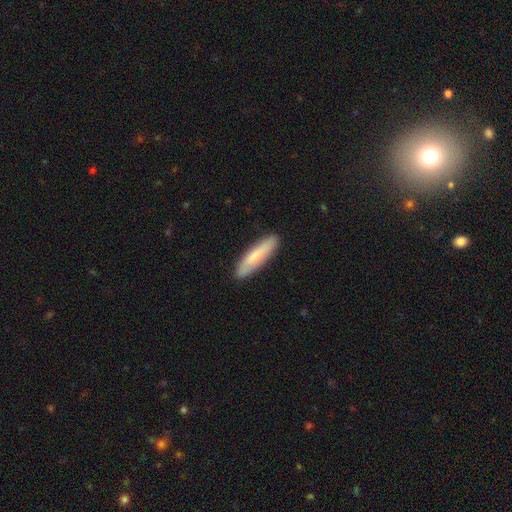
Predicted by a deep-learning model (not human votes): Smooth or featured?
  - smooth: 75% *
  - featured or disk: 19%
  - star or artifact: 5%
How rounded?
  - cigar-shaped: 77% *
  - in between: 22%
  - round: 1%
Merging?
  - none: 88% *
  - minor disturbance: 9%
  - major disturbance: 2%
  - merger: 1%